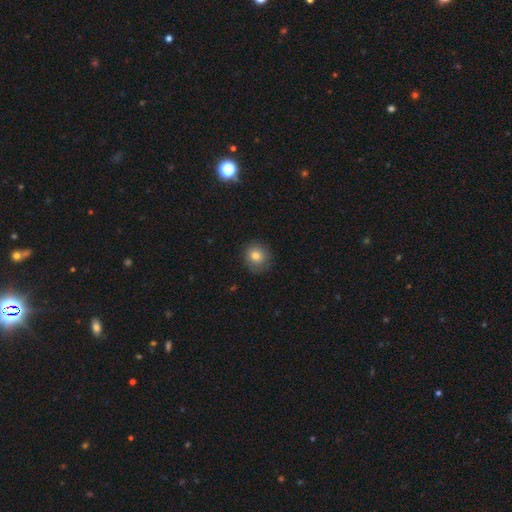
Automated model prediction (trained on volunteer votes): Overall: smooth (78%). How rounded: round (87%). Merging: none (83%).